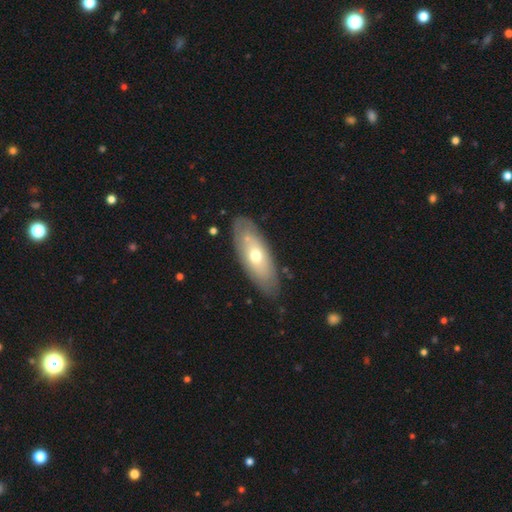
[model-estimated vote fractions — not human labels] Morphology: type=smooth (54%); roundness=in between (76%); merging=none (78%).